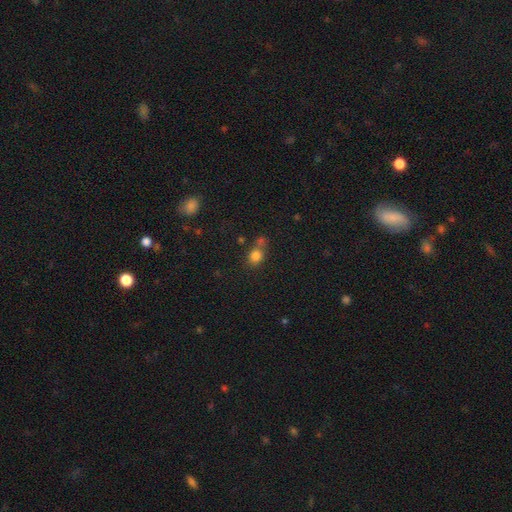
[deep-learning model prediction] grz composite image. It shows a smooth galaxy with no disk features (80%) that is round (71%). Merging: none (54%).